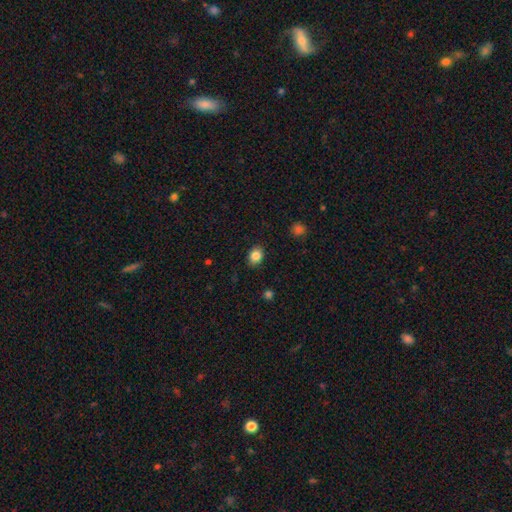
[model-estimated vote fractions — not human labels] This is clearly a smooth galaxy (85%). How rounded: possibly in between (57%). Merging: clearly none (88%).